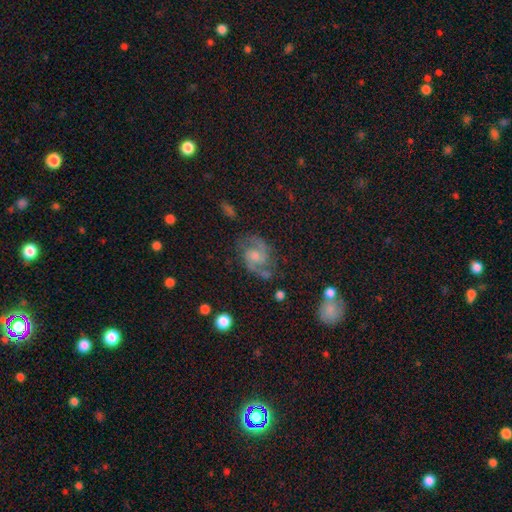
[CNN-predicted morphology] The model was most divided on "bar": no: 51%, weak: 42%, strong: 7%. Remaining: edge-on disk — no (98%); spiral arms — yes (95%); spiral arm count — 2 (88%); smooth or featured — featured or disk (81%); merging — none (65%); spiral winding — medium (57%); bulge size — moderate (40%).